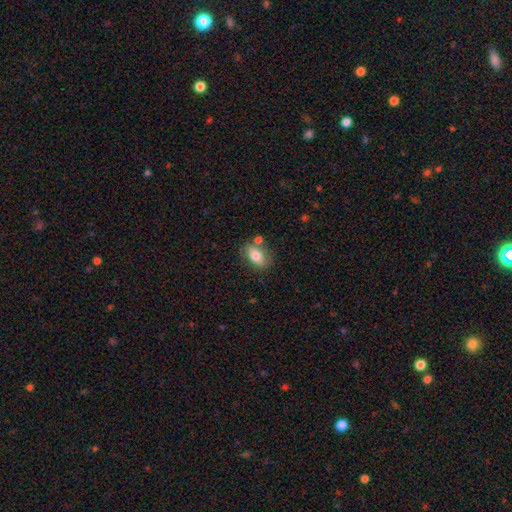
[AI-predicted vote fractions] smooth-or-featured: smooth: 75% | featured or disk: 17% | star or artifact: 8%
  how-rounded: in between: 85% | round: 12% | cigar-shaped: 3%
  merging: none: 67% | minor disturbance: 16% | merger: 12% | major disturbance: 4%